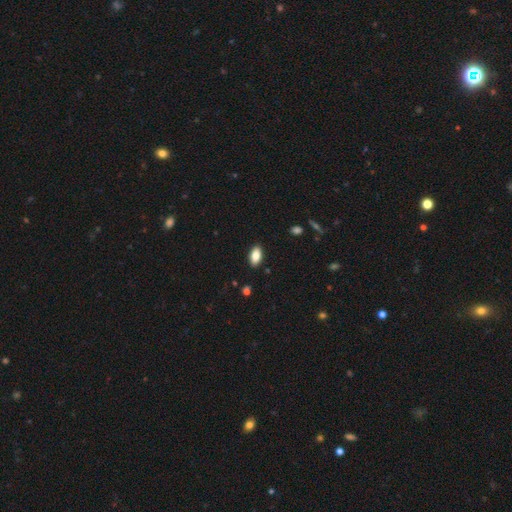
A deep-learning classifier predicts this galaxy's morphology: smooth 83%, featured or disk 10%, star or artifact 7%. Down the decision tree: how rounded — in between (91%); merging — none (89%).